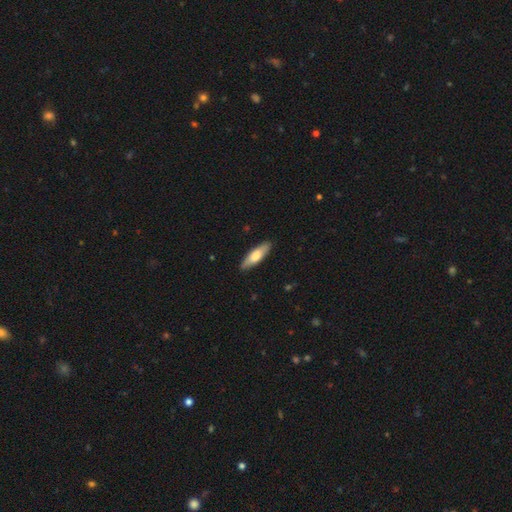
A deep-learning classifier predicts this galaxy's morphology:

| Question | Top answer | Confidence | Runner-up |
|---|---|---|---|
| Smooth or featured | smooth | 68% | featured or disk (27%) |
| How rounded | cigar-shaped | 54% | in between (45%) |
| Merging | none | 88% | minor disturbance (9%) |